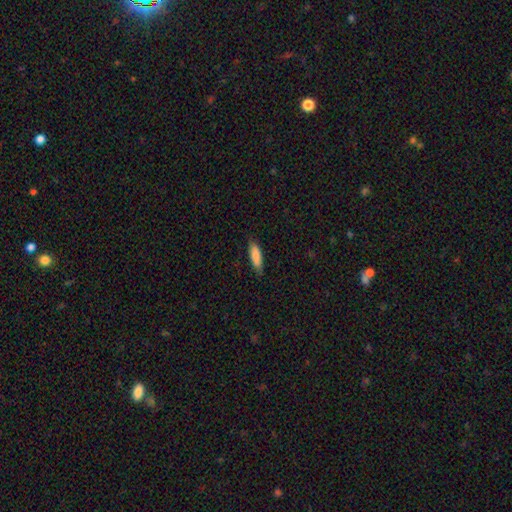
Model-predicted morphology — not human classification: Smooth or featured?
  - smooth: 86% *
  - featured or disk: 8%
  - star or artifact: 6%
How rounded?
  - cigar-shaped: 51% *
  - in between: 48%
  - round: 2%
Merging?
  - none: 81% *
  - minor disturbance: 16%
  - major disturbance: 3%
  - merger: 1%